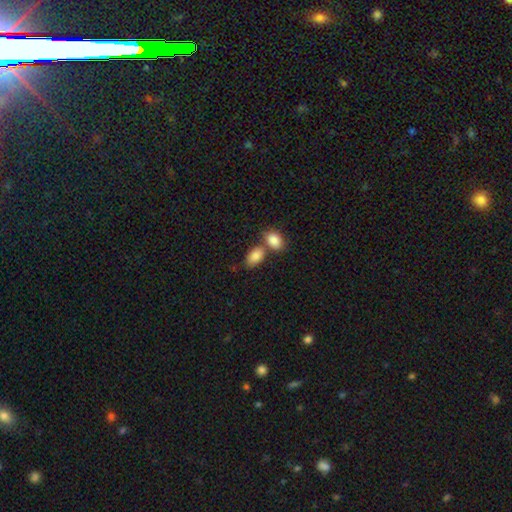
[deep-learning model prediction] Q: Smooth or featured?
A: smooth (86%); runner-up: star or artifact (7%)
Q: How rounded?
A: in between (91%); runner-up: round (7%)
Q: Merging?
A: none (45%); runner-up: merger (41%)